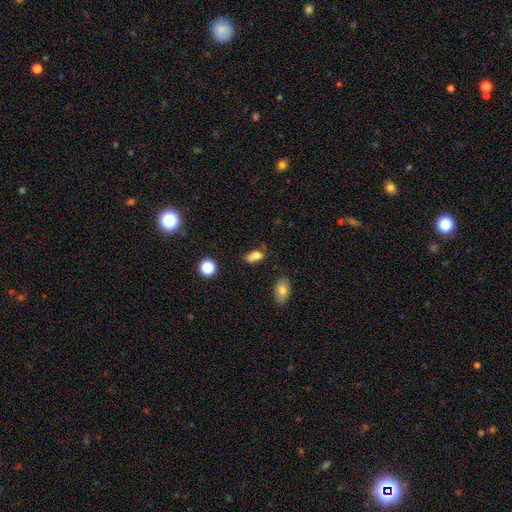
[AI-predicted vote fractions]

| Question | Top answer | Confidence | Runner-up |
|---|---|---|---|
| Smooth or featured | smooth | 74% | featured or disk (14%) |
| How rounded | in between | 75% | round (20%) |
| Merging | none | 37% | merger (32%) |